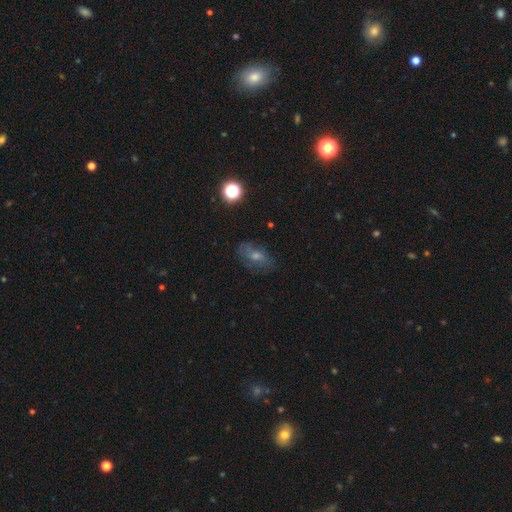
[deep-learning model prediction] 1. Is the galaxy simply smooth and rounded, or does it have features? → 42% smooth, 35% featured or disk, 23% star or artifact.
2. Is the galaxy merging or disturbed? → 75% none, 17% minor disturbance, 6% major disturbance, 2% merger.